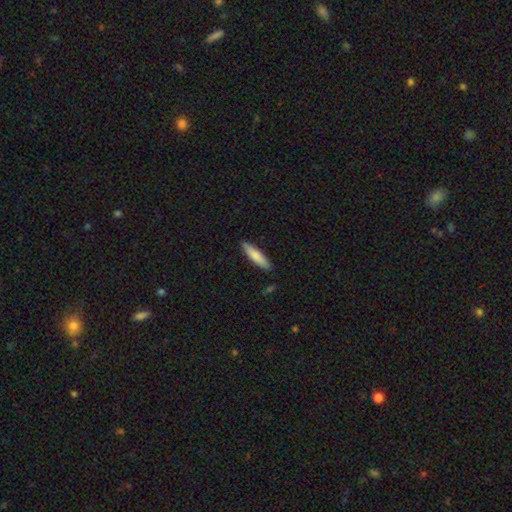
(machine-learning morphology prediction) Smooth or featured: smooth — 79% (featured or disk — 16%)
How rounded: cigar-shaped — 79% (in between — 20%)
Merging: none — 89% (minor disturbance — 8%)